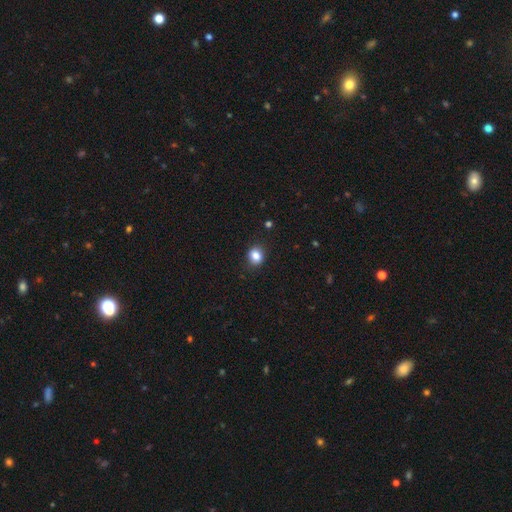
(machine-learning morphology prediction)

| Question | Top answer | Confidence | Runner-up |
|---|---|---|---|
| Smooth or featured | smooth | 85% | star or artifact (10%) |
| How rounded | round | 65% | in between (34%) |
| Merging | none | 86% | minor disturbance (10%) |